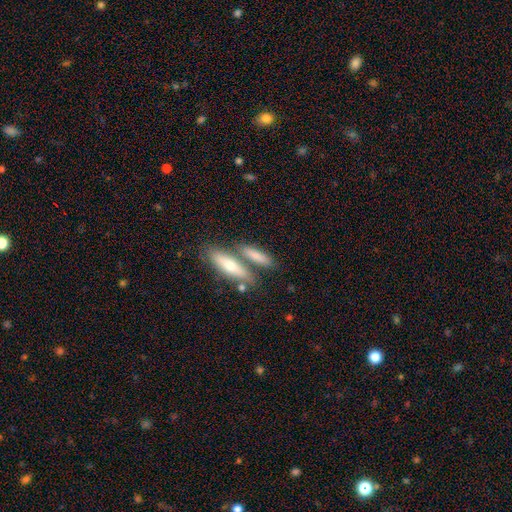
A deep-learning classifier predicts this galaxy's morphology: The model was most divided on "merging": none: 54%, merger: 31%, minor disturbance: 11%, major disturbance: 4%. More confident: smooth or featured — smooth (72%); how rounded — cigar-shaped (65%).